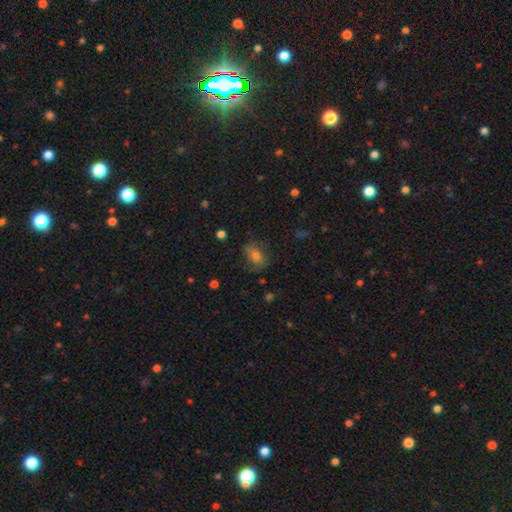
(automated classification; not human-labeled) Smooth or featured? Predicted: smooth (p=0.64). How rounded? Predicted: in between (p=0.76). Merging? Predicted: none (p=0.71).